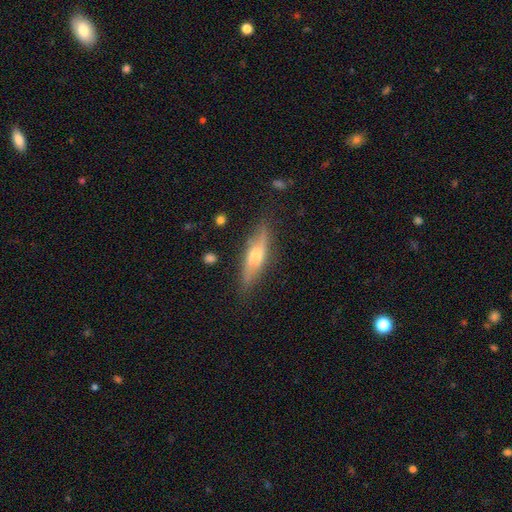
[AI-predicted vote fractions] Morphology: type=featured or disk (60%); edge-on=yes (76%); merging=none (79%).